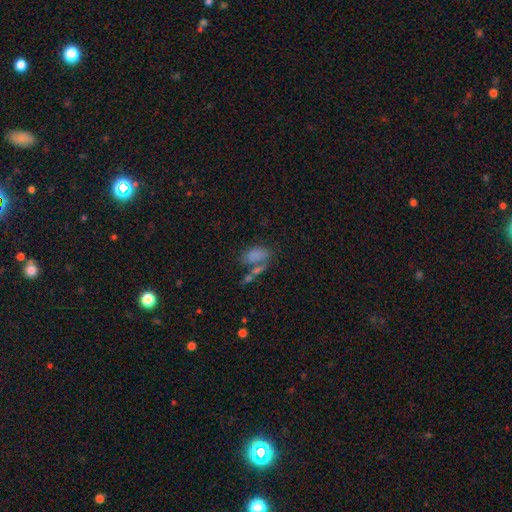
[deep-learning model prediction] Smooth or featured?
  - smooth: 74% *
  - star or artifact: 14%
  - featured or disk: 12%
How rounded?
  - in between: 89% *
  - round: 7%
  - cigar-shaped: 4%
Merging?
  - none: 41% *
  - merger: 30%
  - minor disturbance: 17%
  - major disturbance: 12%